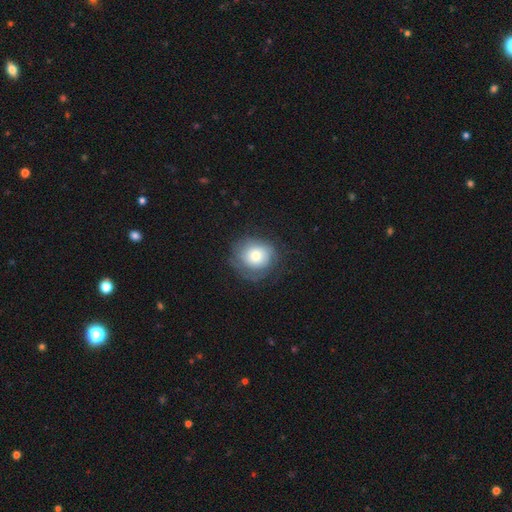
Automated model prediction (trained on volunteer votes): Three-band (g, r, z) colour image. It shows a smooth galaxy with no disk features (56%) that is round (84%). Merging: none (66%).